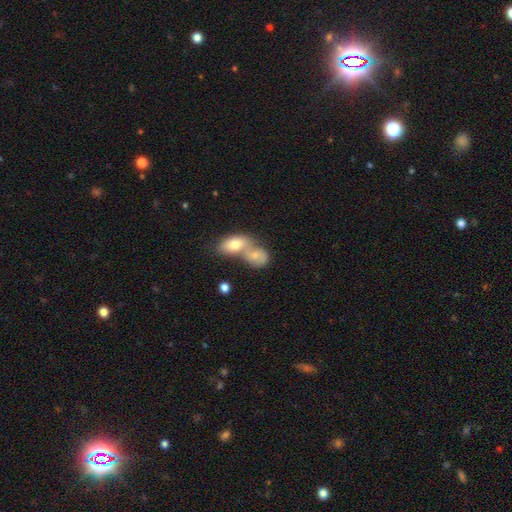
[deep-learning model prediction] Morphology: type=smooth (68%); roundness=in between (71%); merging=merger (73%).